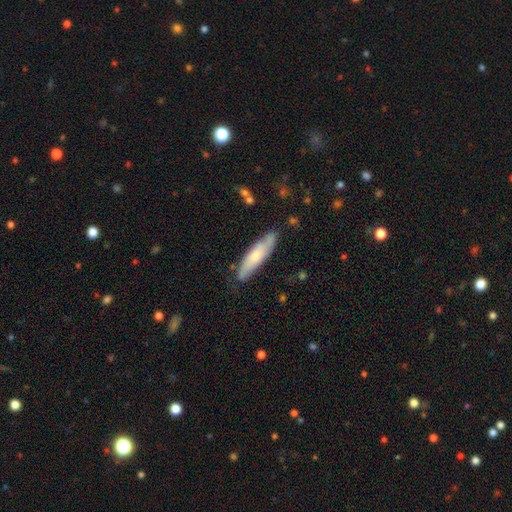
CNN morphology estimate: This is possibly a smooth galaxy (60%). How rounded: likely cigar-shaped (73%). Merging: likely none (79%).